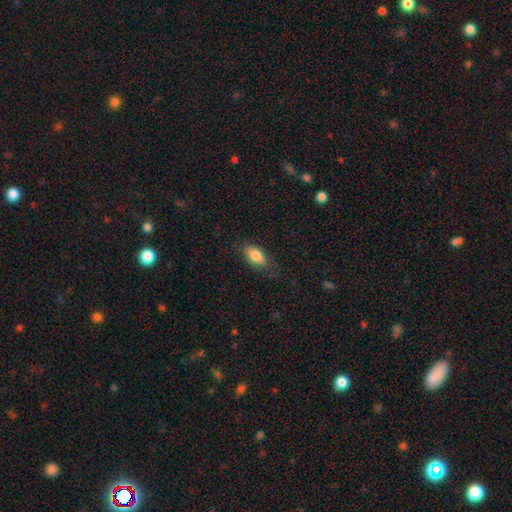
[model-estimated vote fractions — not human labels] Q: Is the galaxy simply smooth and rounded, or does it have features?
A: smooth — 83%.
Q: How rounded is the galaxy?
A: in between — 90%.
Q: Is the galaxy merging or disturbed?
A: none — 74%.